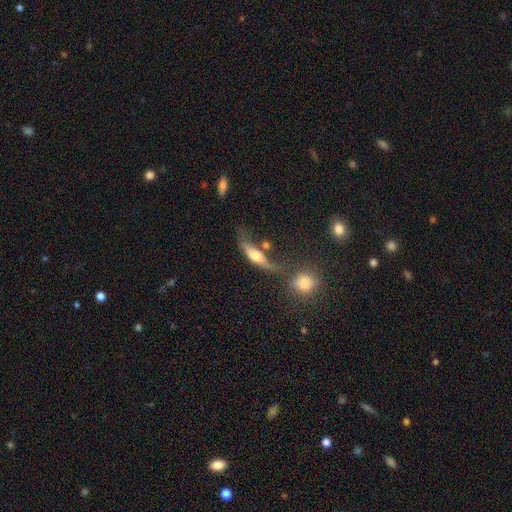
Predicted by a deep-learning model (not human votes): Smooth or featured? Predicted: smooth (p=0.47). Merging? Predicted: none (p=0.32).